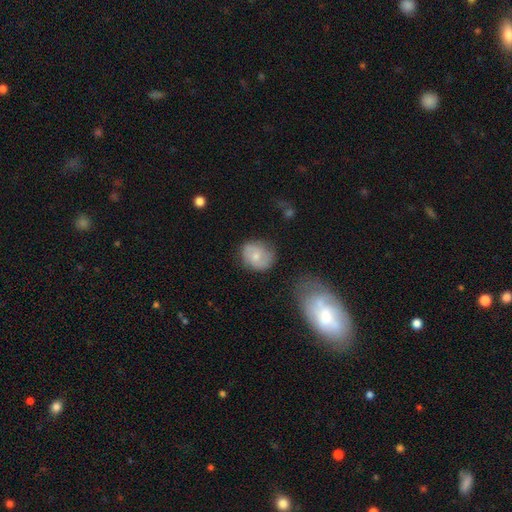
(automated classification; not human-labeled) Morphology: type=smooth (58%); roundness=round (65%); merging=none (66%).